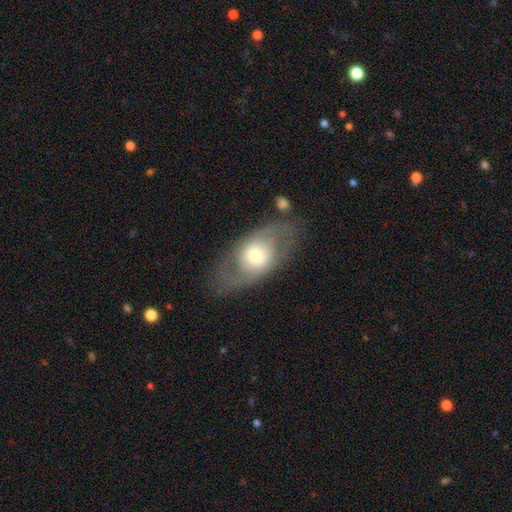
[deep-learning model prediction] Smooth or featured? Predicted: featured or disk (p=0.52). Edge-on disk? Predicted: no (p=0.88). Merging? Predicted: none (p=0.72).